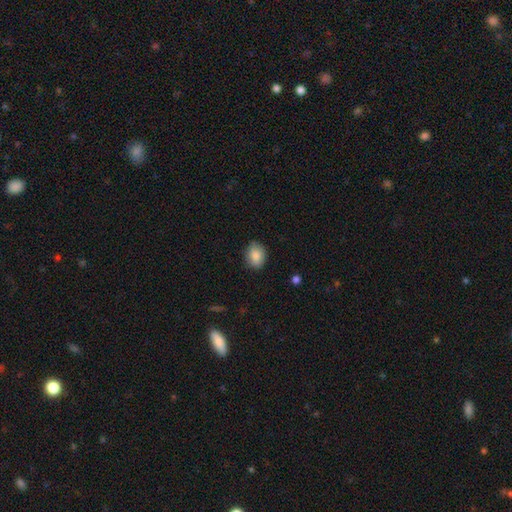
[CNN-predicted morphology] The model was most divided on "how rounded": in between: 68%, round: 31%, cigar-shaped: 1%. More confident: smooth or featured — smooth (85%); merging — none (79%).